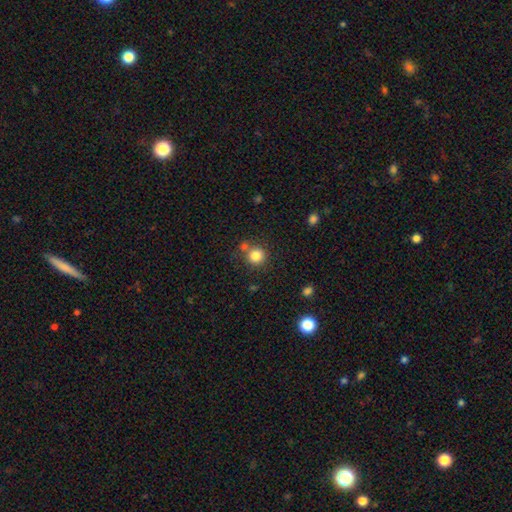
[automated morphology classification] Smooth or featured? smooth (82%)
How rounded? round (93%)
Merging? none (73%)